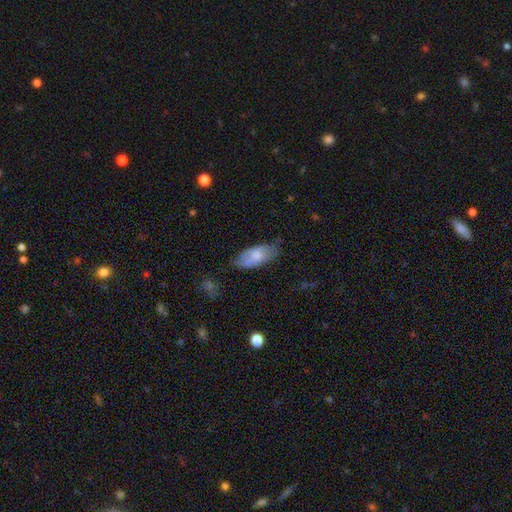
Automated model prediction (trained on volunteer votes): smooth 73%, featured or disk 21%, star or artifact 6%. Down the decision tree: how rounded — in between (88%); merging — none (60%).